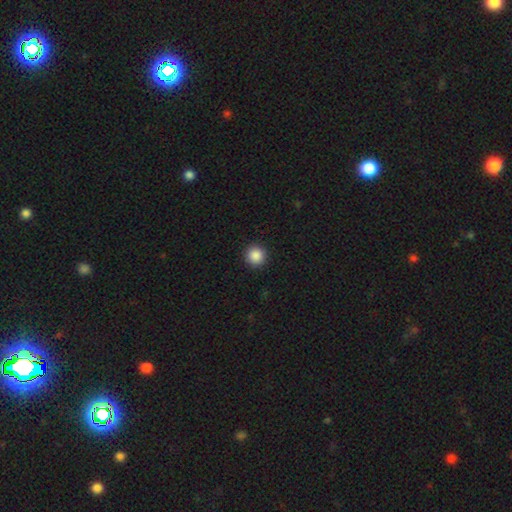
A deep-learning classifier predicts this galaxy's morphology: The model was most divided on "smooth or featured": smooth: 88%, star or artifact: 10%, featured or disk: 3%. More confident: how rounded — round (96%); merging — none (93%).